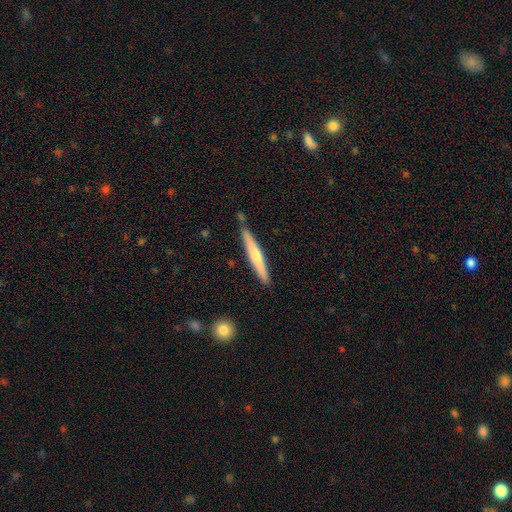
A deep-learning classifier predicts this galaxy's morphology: The model was most divided on "smooth or featured": smooth: 51%, featured or disk: 44%, star or artifact: 5%. More confident: how rounded — cigar-shaped (96%); merging — none (85%).